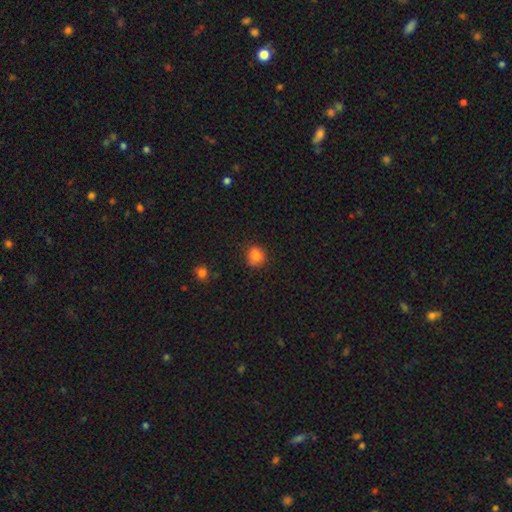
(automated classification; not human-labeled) Smooth or featured? Predicted: smooth (p=0.82). How rounded? Predicted: round (p=0.84). Merging? Predicted: none (p=0.81).